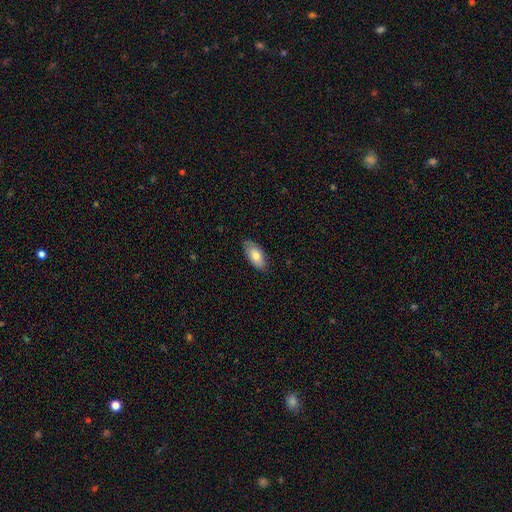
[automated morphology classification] A smooth galaxy with no disk features (77%) that is in between round and cigar-shaped (91%).

Vote fractions:
- Smooth or featured? smooth: 77% / featured or disk: 17% / star or artifact: 6%
- How rounded? in between: 91% / cigar-shaped: 6% / round: 3%
- Merging? none: 83% / minor disturbance: 14% / major disturbance: 2% / merger: 1%